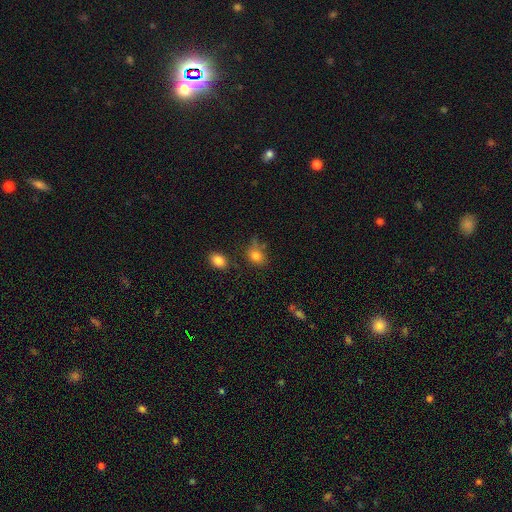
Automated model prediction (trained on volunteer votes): This is clearly a smooth galaxy (81%). How rounded: possibly in between (56%). Merging: possibly none (58%).